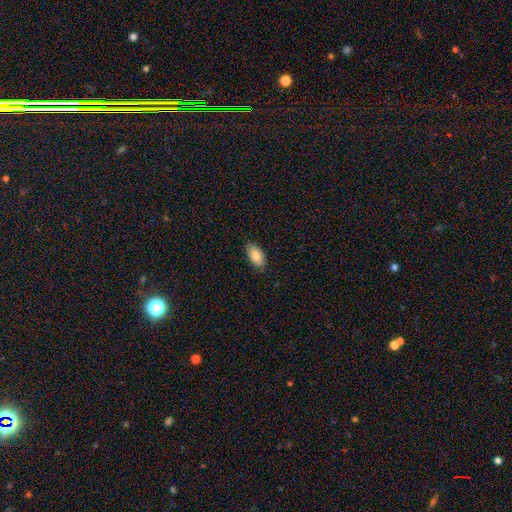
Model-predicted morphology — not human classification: The model was most divided on "smooth or featured": smooth: 83%, featured or disk: 11%, star or artifact: 6%. More confident: how rounded — in between (94%); merging — none (87%).